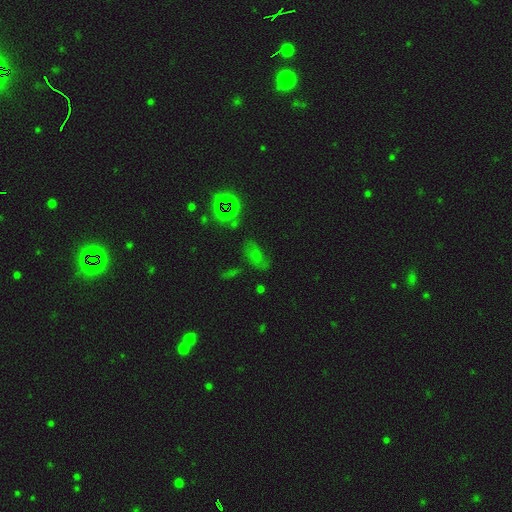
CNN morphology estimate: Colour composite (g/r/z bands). It shows a smooth galaxy with no disk features (48%). Merging: none (56%).